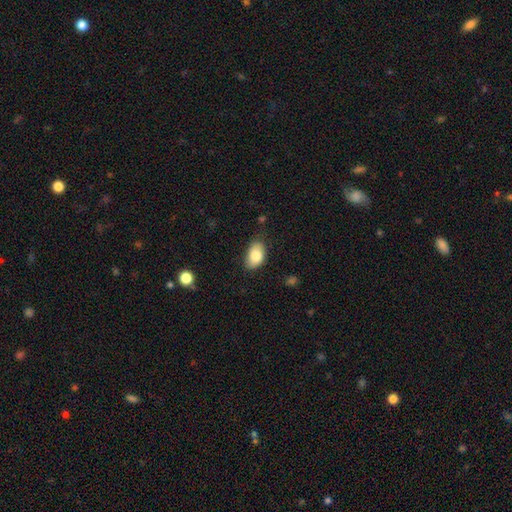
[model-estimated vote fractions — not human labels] smooth-or-featured: smooth: 83% | featured or disk: 10% | star or artifact: 7%
  how-rounded: in between: 91% | round: 8% | cigar-shaped: 1%
  merging: none: 73% | minor disturbance: 22% | major disturbance: 4% | merger: 2%